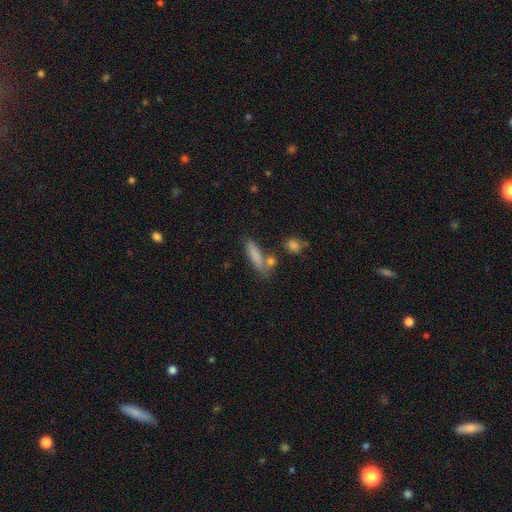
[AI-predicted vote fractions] Smooth or featured?
  - smooth: 79% *
  - featured or disk: 12%
  - star or artifact: 8%
How rounded?
  - cigar-shaped: 72% *
  - in between: 25%
  - round: 3%
Merging?
  - none: 68% *
  - minor disturbance: 14%
  - merger: 13%
  - major disturbance: 5%